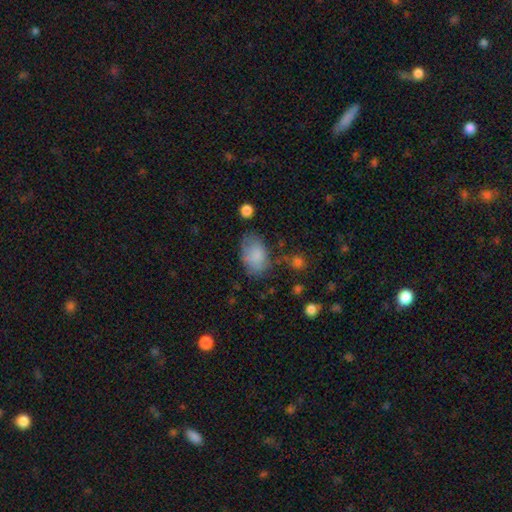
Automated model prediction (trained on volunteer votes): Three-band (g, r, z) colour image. It shows a smooth galaxy with no disk features (81%) that is in between round and cigar-shaped (86%). Merging: none (60%).